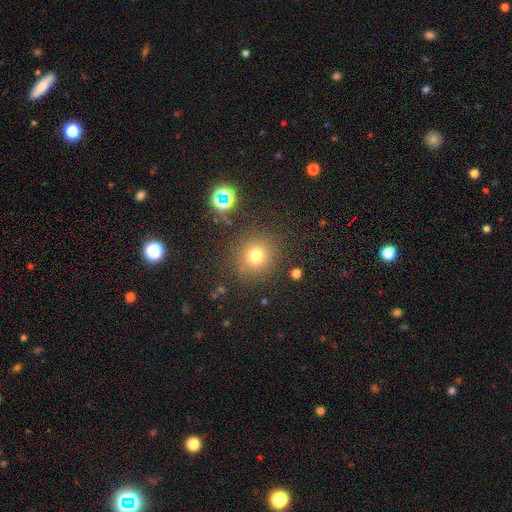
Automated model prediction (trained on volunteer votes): This is likely a smooth galaxy (73%). How rounded: clearly round (91%). Merging: clearly none (86%).